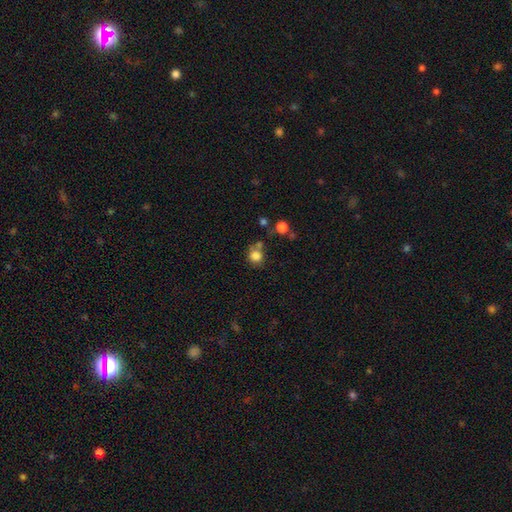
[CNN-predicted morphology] Smooth or featured: smooth — 81% (star or artifact — 12%)
How rounded: round — 82% (in between — 17%)
Merging: none — 57% (merger — 20%)